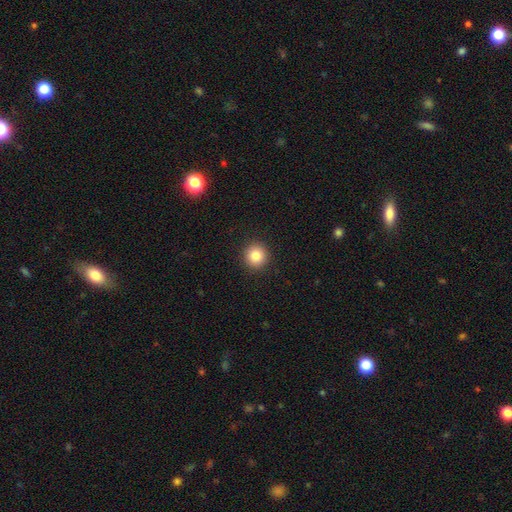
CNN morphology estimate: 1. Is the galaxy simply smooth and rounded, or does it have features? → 82% smooth, 11% star or artifact, 7% featured or disk.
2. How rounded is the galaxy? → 94% round, 5% in between, 1% cigar-shaped.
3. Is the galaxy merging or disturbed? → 92% none, 5% minor disturbance, 2% major disturbance, 1% merger.